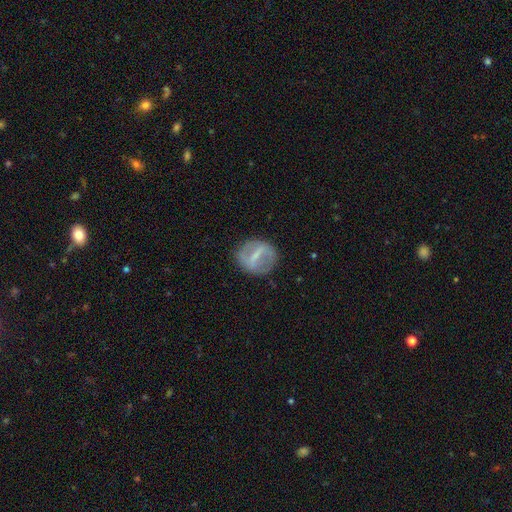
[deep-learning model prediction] A featured or disk galaxy (62%) with a strong bar (67%), no spiral arms (70%) and a small central bulge (43%). Merging: none (80%).